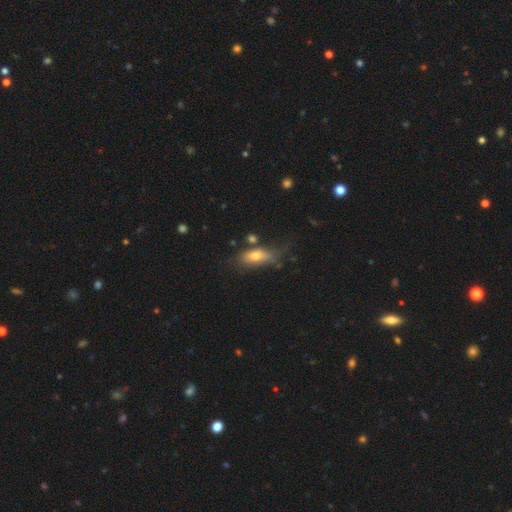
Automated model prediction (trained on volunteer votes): Smooth or featured?
  - smooth: 65% *
  - featured or disk: 26%
  - star or artifact: 9%
How rounded?
  - in between: 76% *
  - cigar-shaped: 19%
  - round: 5%
Merging?
  - none: 53% *
  - minor disturbance: 26%
  - major disturbance: 13%
  - merger: 8%